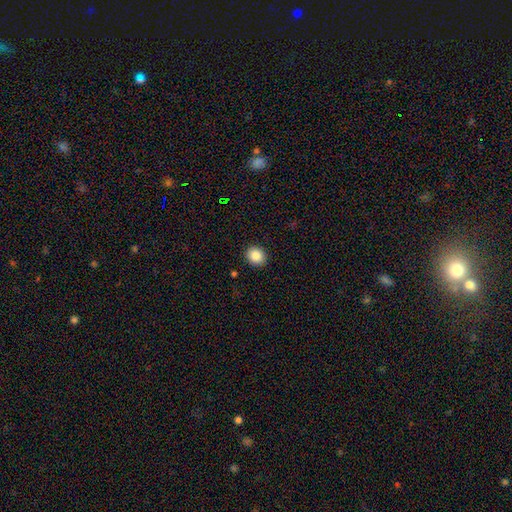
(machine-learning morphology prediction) This appears to be a smooth galaxy with no disk features (86%) that is round (67%). Merging: none (91%).